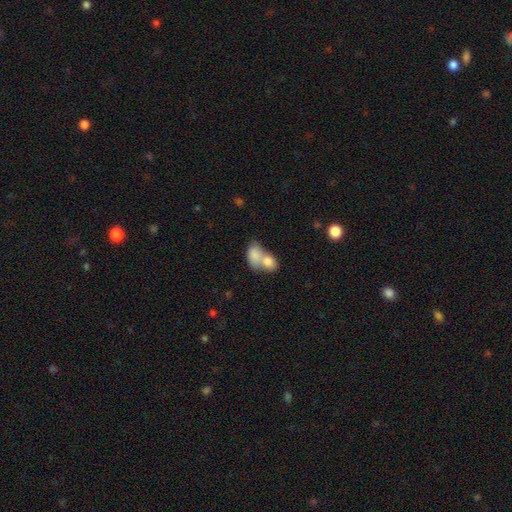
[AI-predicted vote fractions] smooth 80%, featured or disk 13%, star or artifact 7%. Down the decision tree: how rounded — in between (81%); merging — merger (74%).